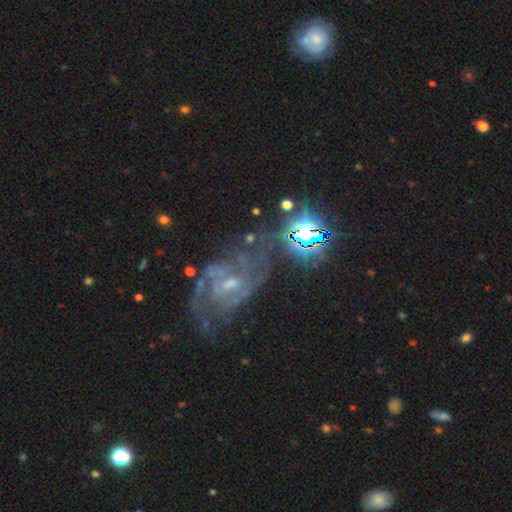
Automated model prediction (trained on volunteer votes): Smooth or featured: featured or disk — 71% (star or artifact — 21%)
Edge-on disk: no — 96% (yes — 4%)
Bar: no — 50% (weak — 38%)
Spiral arms: yes — 94% (no — 6%)
Spiral winding: tight — 51% (medium — 38%)
Spiral arm count: 2 — 31% (can't tell — 27%)
Bulge size: small — 77% (moderate — 17%)
Merging: none — 68% (minor disturbance — 16%)